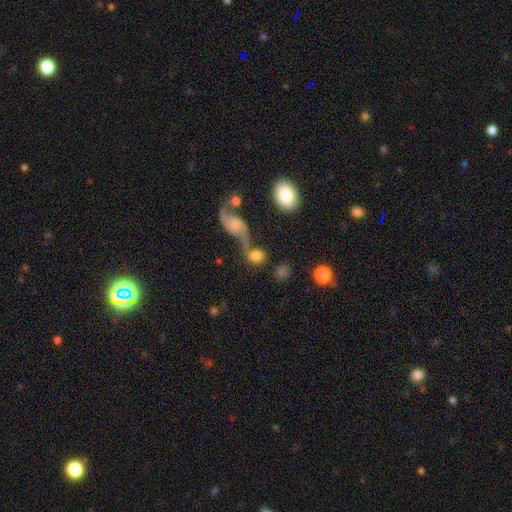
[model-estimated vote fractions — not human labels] Smooth or featured? Predicted: smooth (p=0.70). How rounded? Predicted: round (p=0.57). Merging? Predicted: merger (p=0.44).